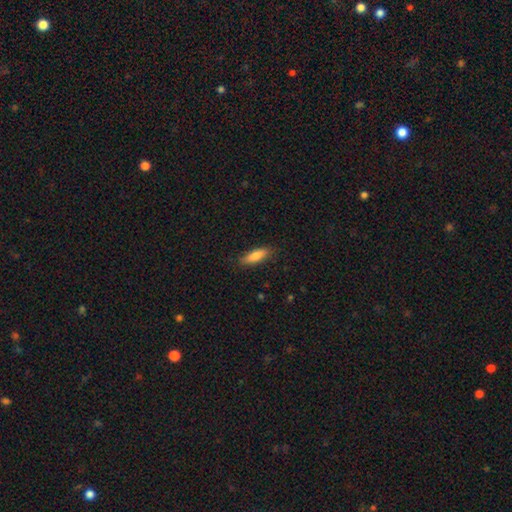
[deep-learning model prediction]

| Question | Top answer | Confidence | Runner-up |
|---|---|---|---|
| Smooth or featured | smooth | 81% | featured or disk (13%) |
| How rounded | in between | 52% | cigar-shaped (47%) |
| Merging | none | 83% | minor disturbance (13%) |